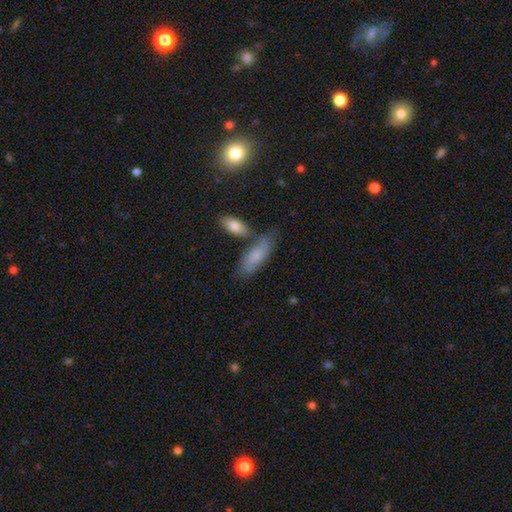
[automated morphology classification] Smooth or featured?
  - smooth: 71% *
  - featured or disk: 21%
  - star or artifact: 7%
How rounded?
  - in between: 69% *
  - cigar-shaped: 29%
  - round: 3%
Merging?
  - none: 57% *
  - minor disturbance: 19%
  - merger: 19%
  - major disturbance: 6%